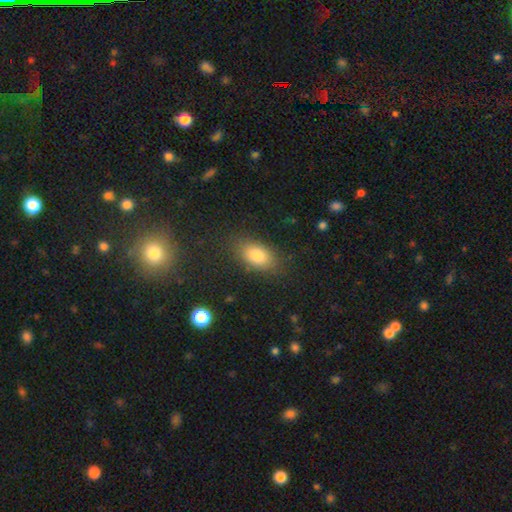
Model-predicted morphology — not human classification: smooth 81%, star or artifact 10%, featured or disk 9%. Down the decision tree: how rounded — in between (87%); merging — none (82%).